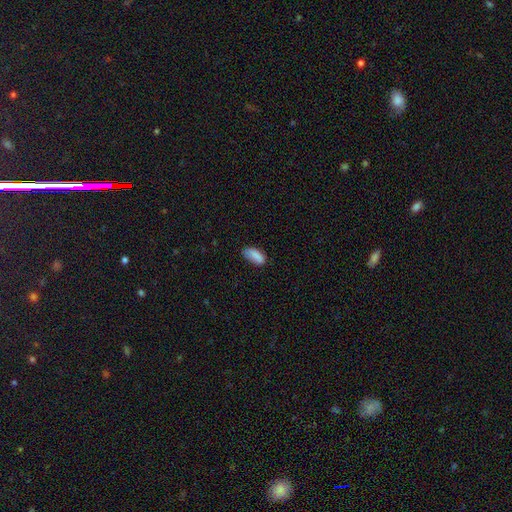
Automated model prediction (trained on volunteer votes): Smooth or featured? Predicted: smooth (p=0.86). How rounded? Predicted: in between (p=0.89). Merging? Predicted: none (p=0.68).